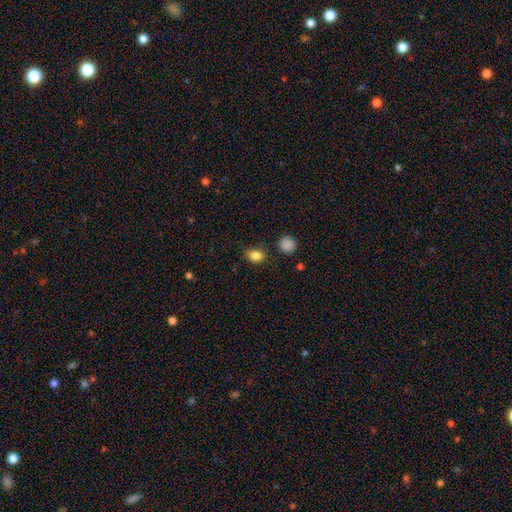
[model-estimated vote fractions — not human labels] The model was most divided on "how rounded": in between: 55%, round: 44%, cigar-shaped: 1%. More confident: smooth or featured — smooth (84%); merging — none (76%).